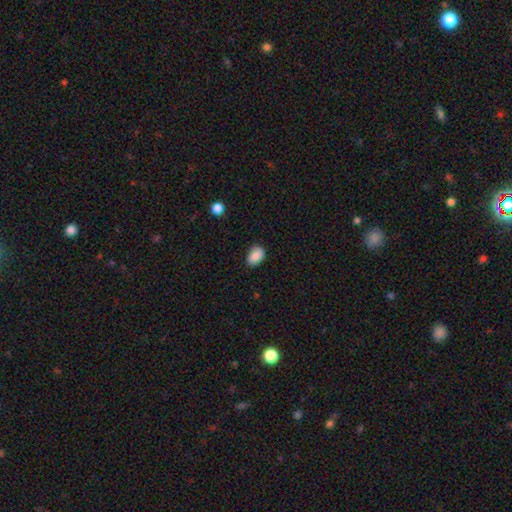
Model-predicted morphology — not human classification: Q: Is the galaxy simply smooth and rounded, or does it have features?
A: smooth — 88%.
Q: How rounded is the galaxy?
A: in between — 84%.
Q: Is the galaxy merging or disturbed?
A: none — 79%.